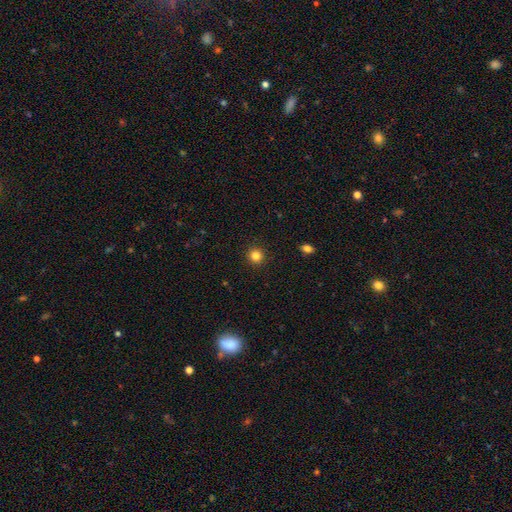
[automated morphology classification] Q: Smooth or featured?
A: smooth (83%); runner-up: star or artifact (12%)
Q: How rounded?
A: round (94%); runner-up: in between (5%)
Q: Merging?
A: none (92%); runner-up: minor disturbance (5%)